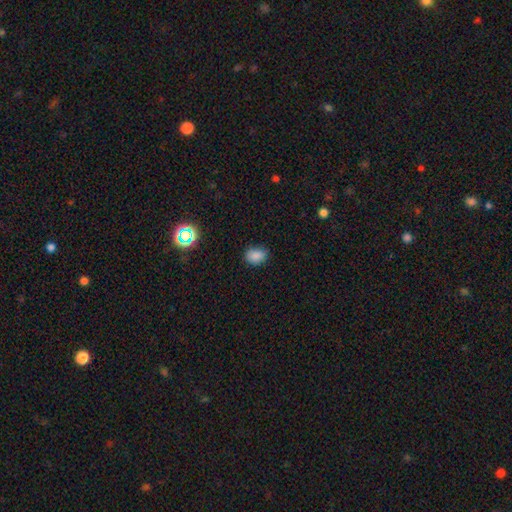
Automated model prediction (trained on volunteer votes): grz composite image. It shows a smooth galaxy with no disk features (83%) that is in between round and cigar-shaped (72%). Merging: none (79%).